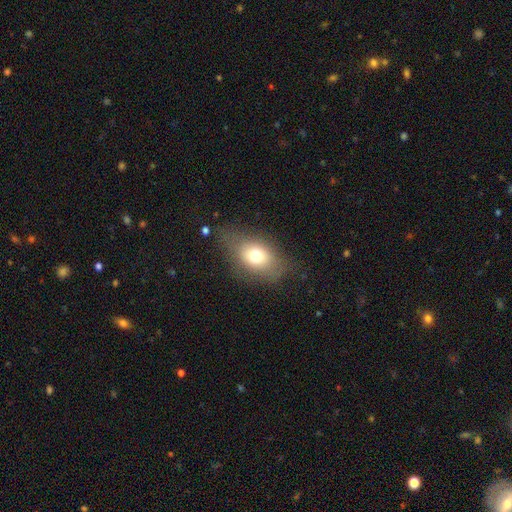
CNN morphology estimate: This is likely a smooth galaxy (71%). How rounded: likely in between (77%). Merging: likely none (66%).